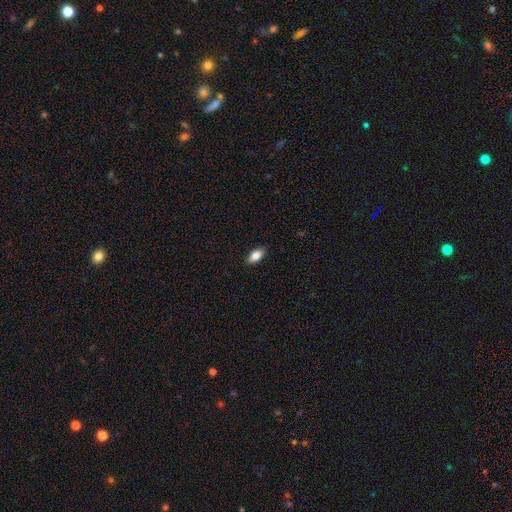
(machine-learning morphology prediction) A smooth galaxy with no disk features (83%) that is in between round and cigar-shaped (89%). Merging: none (88%).